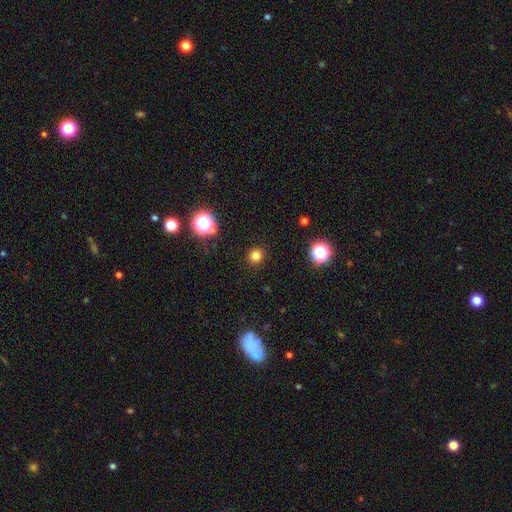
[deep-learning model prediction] smooth_or_featured: smooth (p=0.79) [alt: star or artifact p=0.17]
how_rounded: round (p=0.92) [alt: in between p=0.07]
merging: none (p=0.91) [alt: minor disturbance p=0.06]